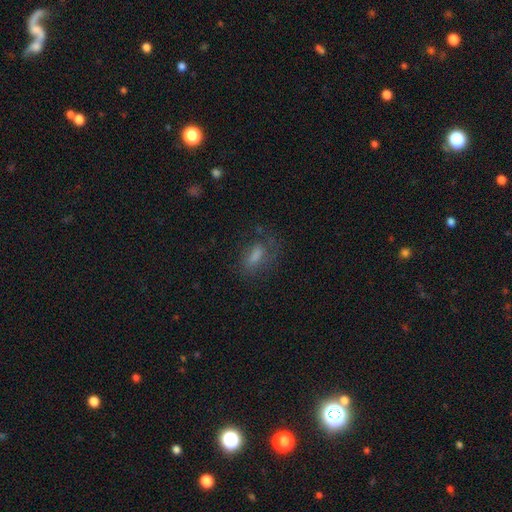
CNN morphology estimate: type=smooth (54%); roundness=in between (75%); merging=none (58%).